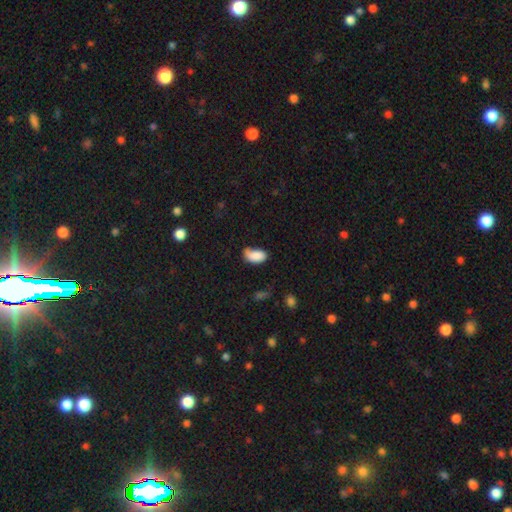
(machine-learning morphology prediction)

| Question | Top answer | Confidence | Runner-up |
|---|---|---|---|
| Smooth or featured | smooth | 82% | featured or disk (9%) |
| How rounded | in between | 93% | round (5%) |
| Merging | none | 44% | minor disturbance (35%) |